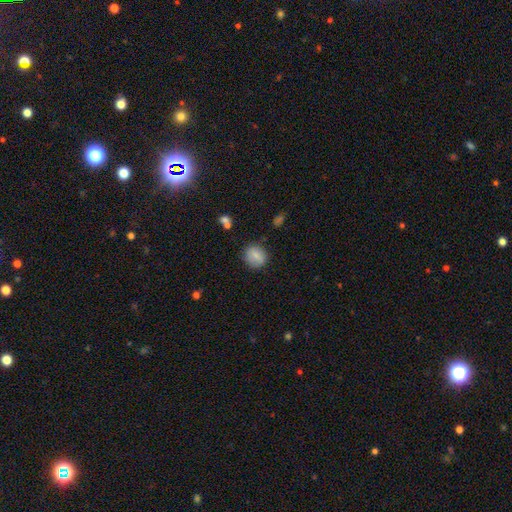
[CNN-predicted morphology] Smooth or featured? smooth (79%)
How rounded? round (76%)
Merging? none (79%)